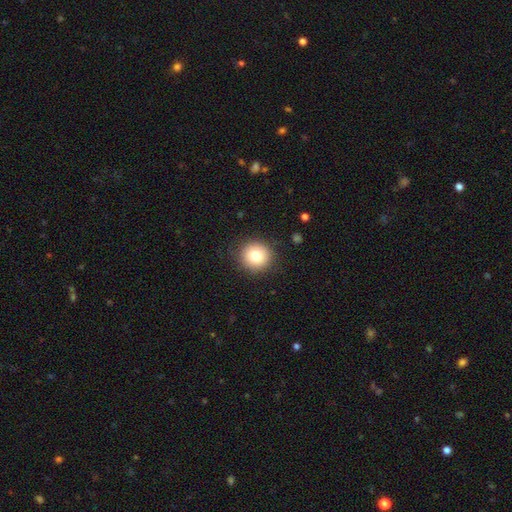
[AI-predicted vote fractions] Smooth or featured?
  - smooth: 80% *
  - star or artifact: 10%
  - featured or disk: 10%
How rounded?
  - round: 93% *
  - in between: 6%
  - cigar-shaped: 1%
Merging?
  - none: 89% *
  - minor disturbance: 7%
  - major disturbance: 2%
  - merger: 1%